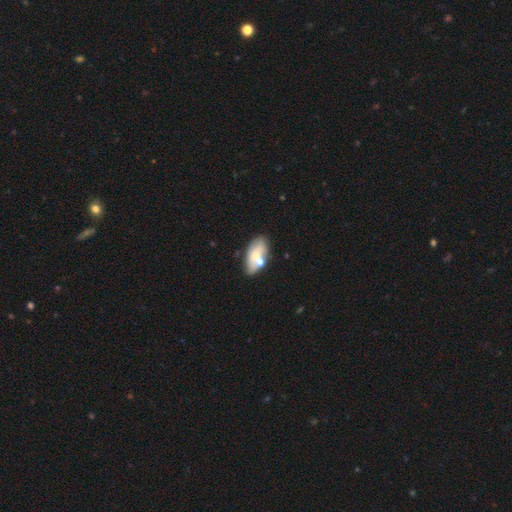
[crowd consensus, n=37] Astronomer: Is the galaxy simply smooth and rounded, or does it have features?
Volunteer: smooth — 73%.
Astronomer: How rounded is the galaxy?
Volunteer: in between — 85%.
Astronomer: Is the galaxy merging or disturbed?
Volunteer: none — 57%.